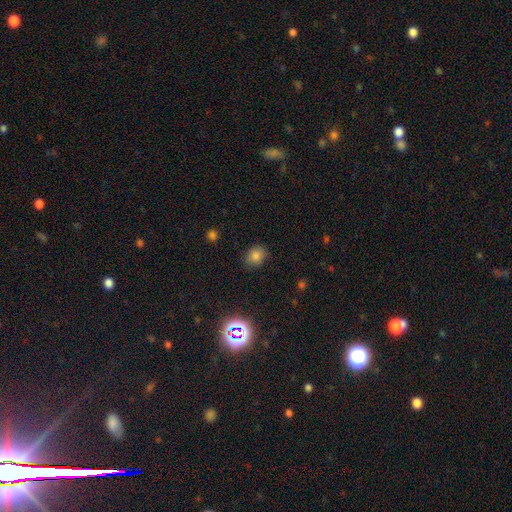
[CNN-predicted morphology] Smooth or featured? Predicted: smooth (p=0.78). How rounded? Predicted: round (p=0.59). Merging? Predicted: none (p=0.83).